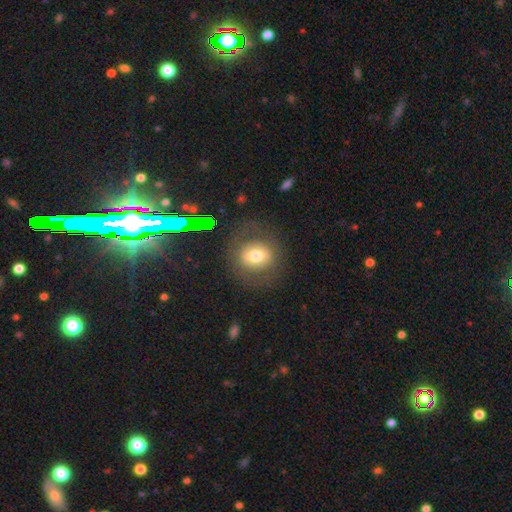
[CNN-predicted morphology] A smooth galaxy with no disk features (60%) that is round (79%).

Vote fractions:
- Smooth or featured? smooth: 60% / featured or disk: 29% / star or artifact: 11%
- How rounded? round: 79% / in between: 20% / cigar-shaped: 1%
- Merging? none: 77% / minor disturbance: 12% / major disturbance: 10% / merger: 2%